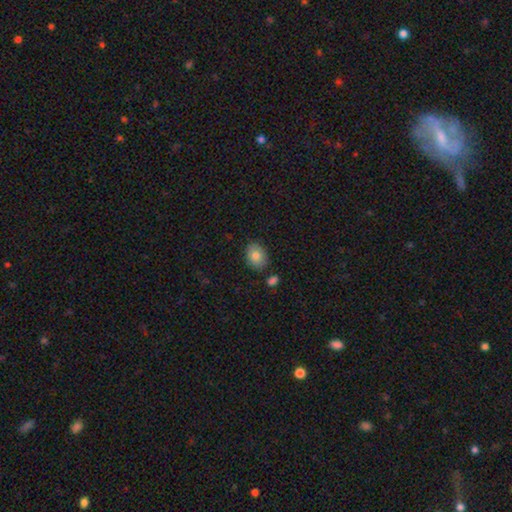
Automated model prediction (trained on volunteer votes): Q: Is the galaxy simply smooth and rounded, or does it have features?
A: smooth — 81%.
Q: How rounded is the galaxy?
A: in between — 57%.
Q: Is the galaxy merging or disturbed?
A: none — 81%.